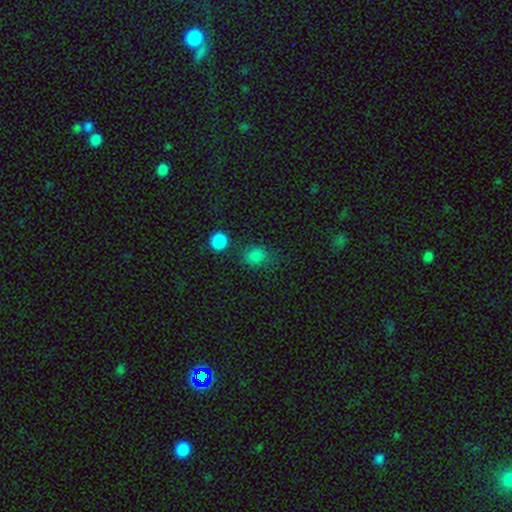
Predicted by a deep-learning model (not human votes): smooth-or-featured: smooth: 79% | star or artifact: 17% | featured or disk: 4%
  how-rounded: round: 66% | in between: 32% | cigar-shaped: 1%
  merging: none: 70% | minor disturbance: 17% | merger: 7% | major disturbance: 6%